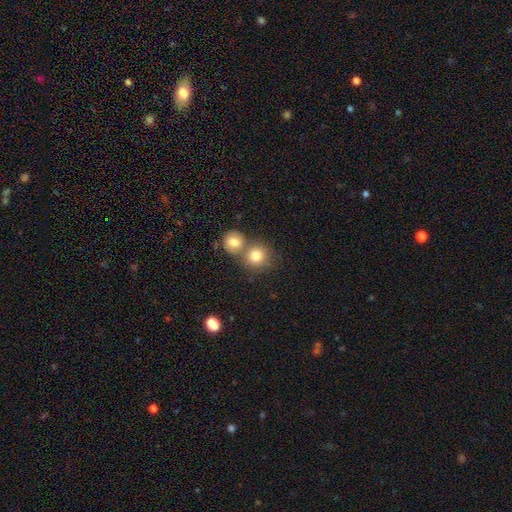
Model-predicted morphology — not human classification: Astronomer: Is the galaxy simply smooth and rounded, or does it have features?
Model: smooth — 80%.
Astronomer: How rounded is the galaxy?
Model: round — 87%.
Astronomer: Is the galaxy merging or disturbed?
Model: none — 50% (runner-up: merger, 40%).